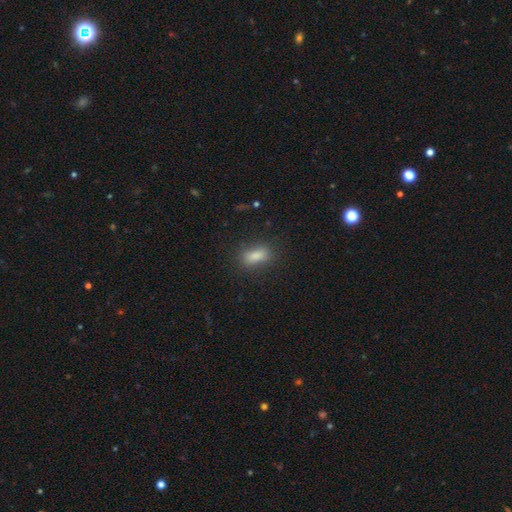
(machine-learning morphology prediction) A smooth galaxy with no disk features (82%) that is in between round and cigar-shaped (77%). Merging: none (83%).